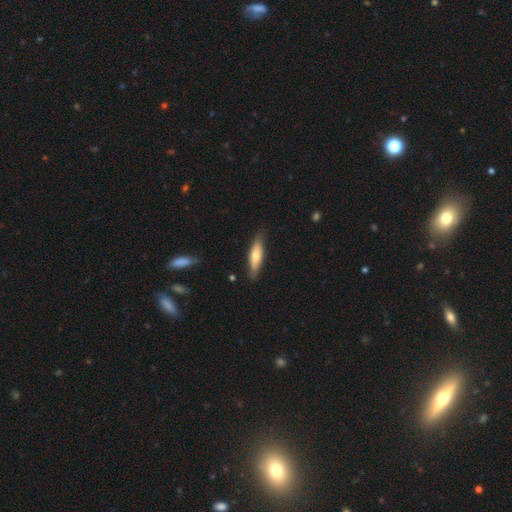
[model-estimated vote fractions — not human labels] Smooth or featured?
  - smooth: 62% *
  - featured or disk: 33%
  - star or artifact: 5%
How rounded?
  - cigar-shaped: 65% *
  - in between: 34%
  - round: 2%
Merging?
  - none: 82% *
  - minor disturbance: 14%
  - major disturbance: 2%
  - merger: 1%